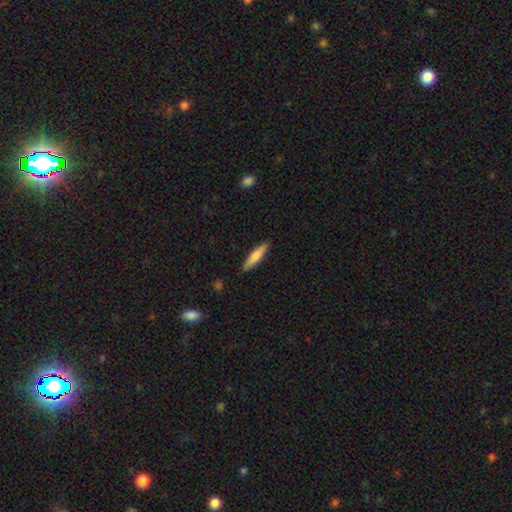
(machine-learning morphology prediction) Smooth or featured? smooth (67%)
How rounded? cigar-shaped (86%)
Merging? none (89%)